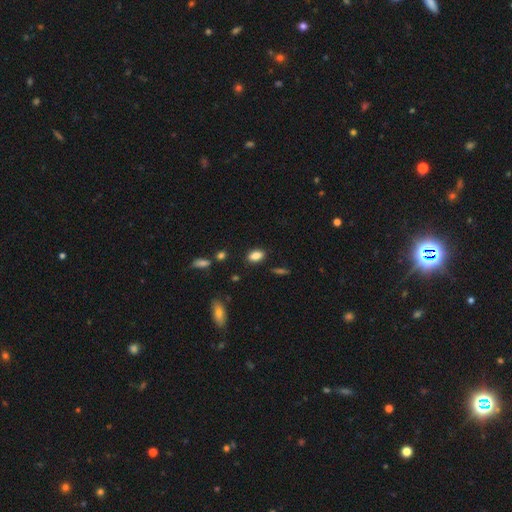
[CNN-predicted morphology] smooth 85%, star or artifact 9%, featured or disk 6%. Down the decision tree: how rounded — in between (88%); merging — none (84%).